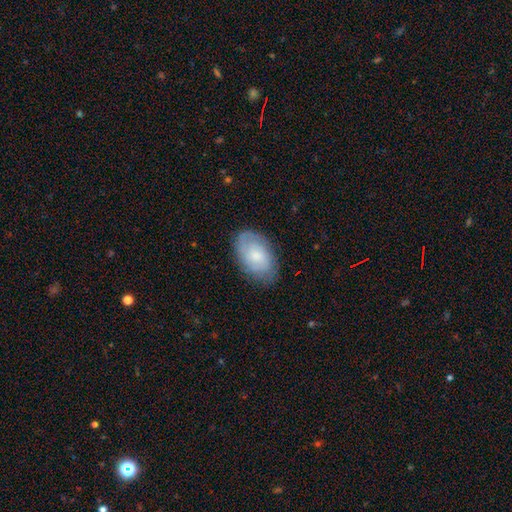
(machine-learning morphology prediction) A featured or disk galaxy (48%). Merging: none (77%).